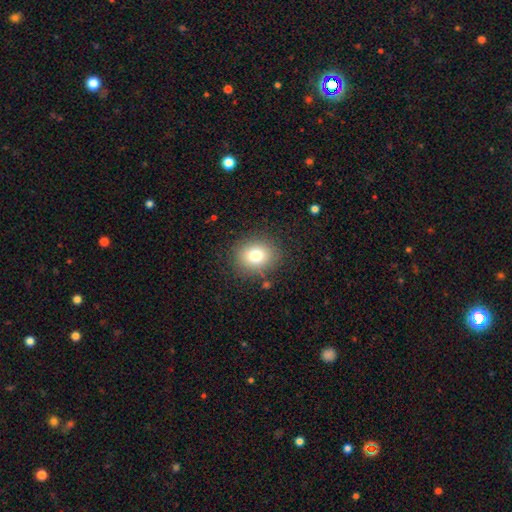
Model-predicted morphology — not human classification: smooth-or-featured: smooth: 77% | star or artifact: 12% | featured or disk: 11%
  how-rounded: round: 68% | in between: 31% | cigar-shaped: 1%
  merging: none: 85% | minor disturbance: 9% | major disturbance: 4% | merger: 2%